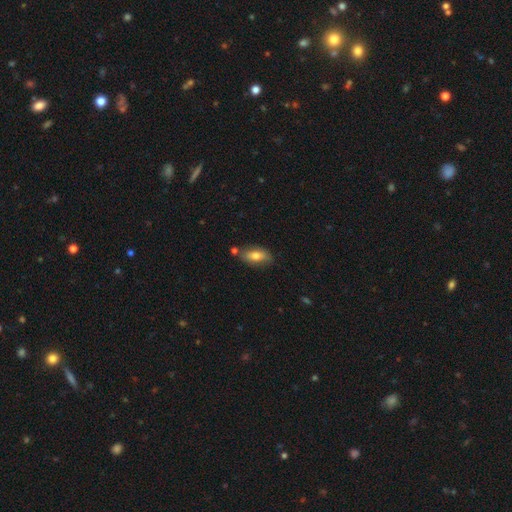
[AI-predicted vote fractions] This appears to be a smooth galaxy with no disk features (72%) that is in between round and cigar-shaped (85%). Merging: none (72%).